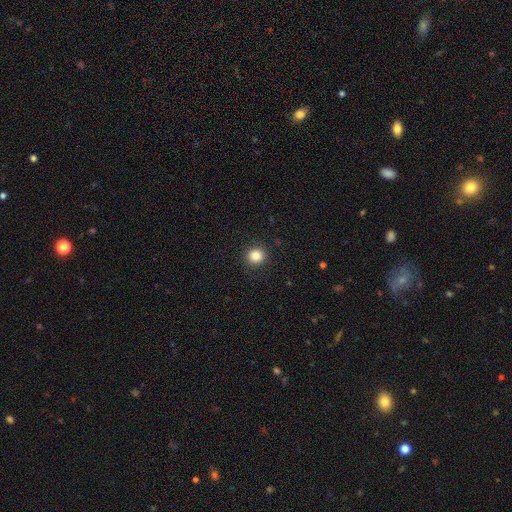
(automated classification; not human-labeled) smooth_or_featured: smooth (p=0.84) [alt: star or artifact p=0.11]
how_rounded: round (p=0.92) [alt: in between p=0.07]
merging: none (p=0.91) [alt: minor disturbance p=0.06]